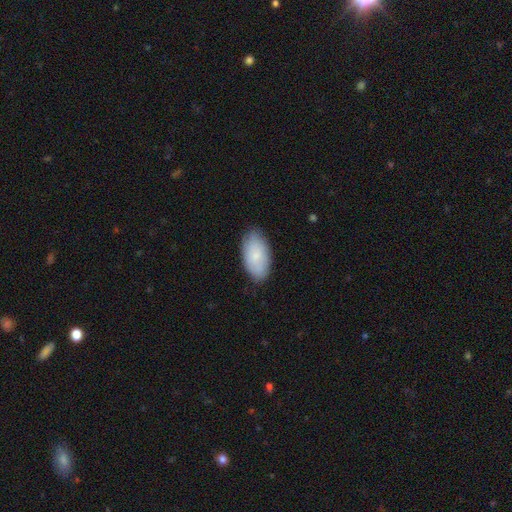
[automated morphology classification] A smooth galaxy with no disk features (77%) that is in between round and cigar-shaped (95%). Merging: none (82%).